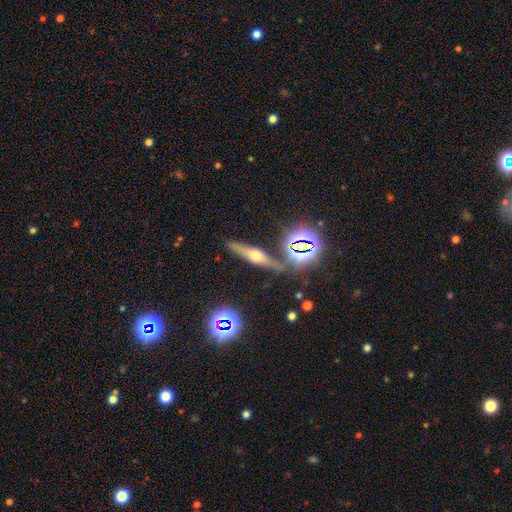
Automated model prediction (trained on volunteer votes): smooth_or_featured: featured or disk (p=0.57) [alt: smooth p=0.28]
disk_edge_on: yes (p=0.91) [alt: no p=0.09]
edge_on_bulge: rounded (p=0.91) [alt: boxy p=0.06]
merging: none (p=0.80) [alt: minor disturbance p=0.11]